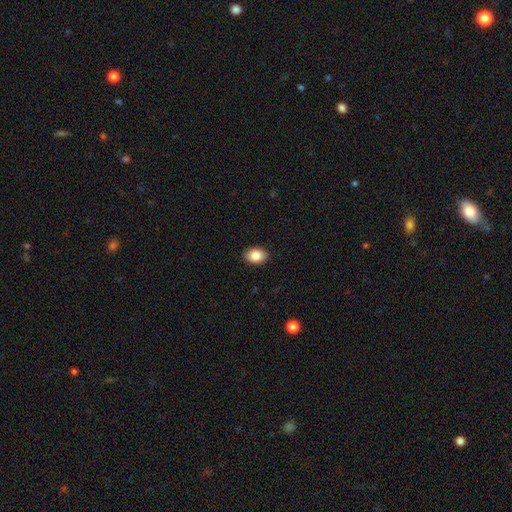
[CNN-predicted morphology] The model was most divided on "how rounded": in between: 77%, round: 22%, cigar-shaped: 1%. More confident: merging — none (90%); smooth or featured — smooth (86%).